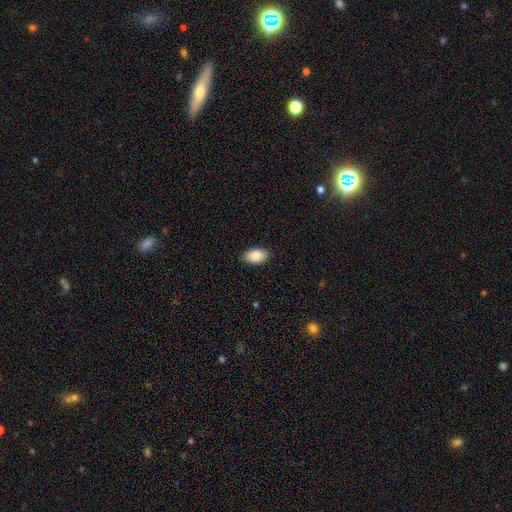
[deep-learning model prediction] smooth 87%, star or artifact 7%, featured or disk 6%. Down the decision tree: how rounded — in between (94%); merging — none (87%).